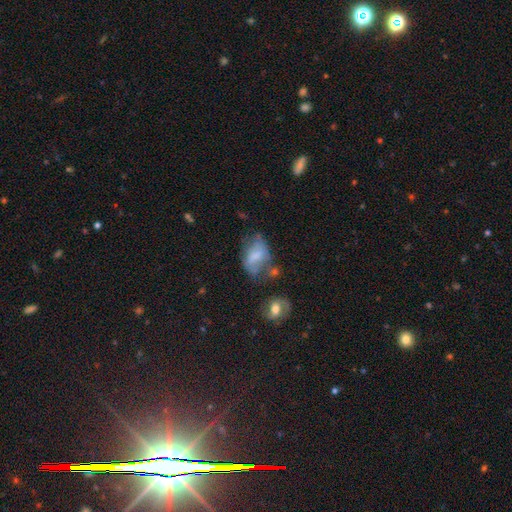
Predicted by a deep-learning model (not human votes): smooth-or-featured: smooth: 55% | featured or disk: 35% | star or artifact: 10%
  how-rounded: in between: 83% | round: 15% | cigar-shaped: 2%
  merging: none: 38% | minor disturbance: 29% | major disturbance: 20% | merger: 13%